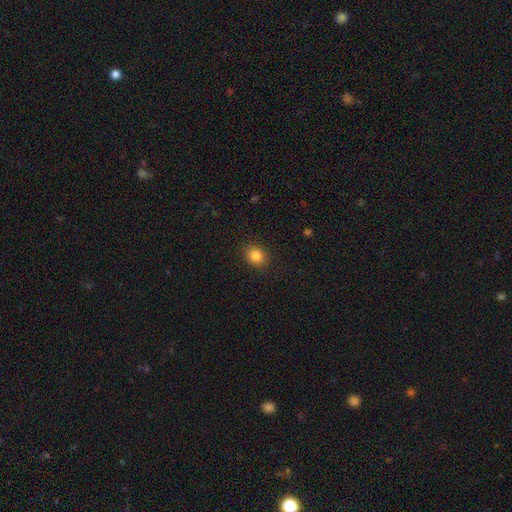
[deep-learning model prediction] A smooth galaxy with no disk features (85%) that is round (65%).

Vote fractions:
- Smooth or featured? smooth: 85% / star or artifact: 10% / featured or disk: 5%
- How rounded? round: 65% / in between: 34% / cigar-shaped: 1%
- Merging? none: 89% / minor disturbance: 8% / major disturbance: 2% / merger: 1%